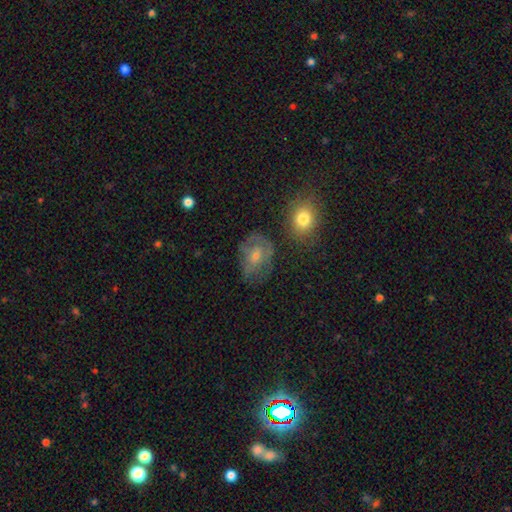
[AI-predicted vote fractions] smooth_or_featured: featured or disk (p=0.50) [alt: smooth p=0.38]
merging: none (p=0.57) [alt: minor disturbance p=0.25]